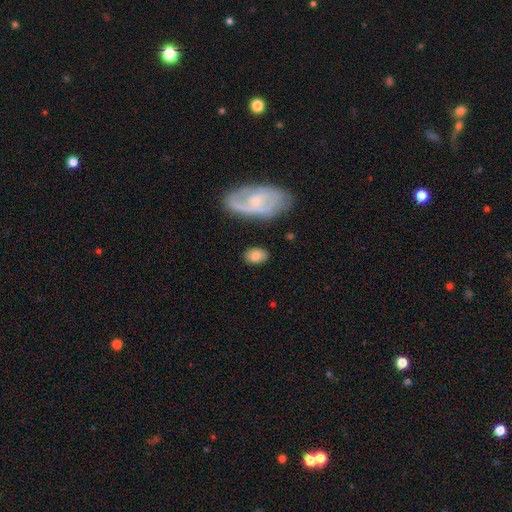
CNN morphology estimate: Smooth or featured?
  - smooth: 73% *
  - featured or disk: 21%
  - star or artifact: 6%
How rounded?
  - in between: 82% *
  - round: 16%
  - cigar-shaped: 2%
Merging?
  - none: 79% *
  - minor disturbance: 13%
  - major disturbance: 4%
  - merger: 3%